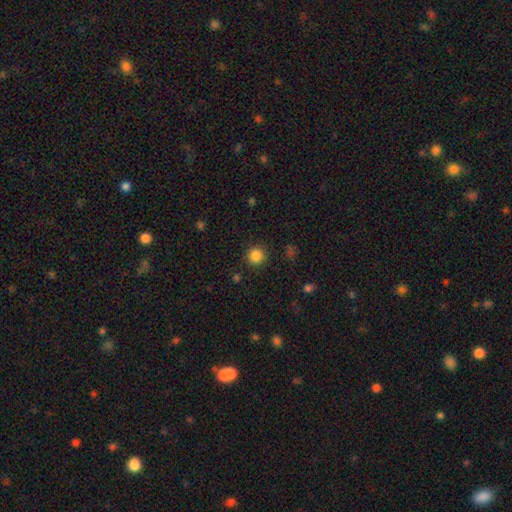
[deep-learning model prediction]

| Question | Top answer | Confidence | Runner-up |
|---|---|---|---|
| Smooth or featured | smooth | 85% | star or artifact (11%) |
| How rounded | round | 94% | in between (5%) |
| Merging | none | 91% | minor disturbance (6%) |